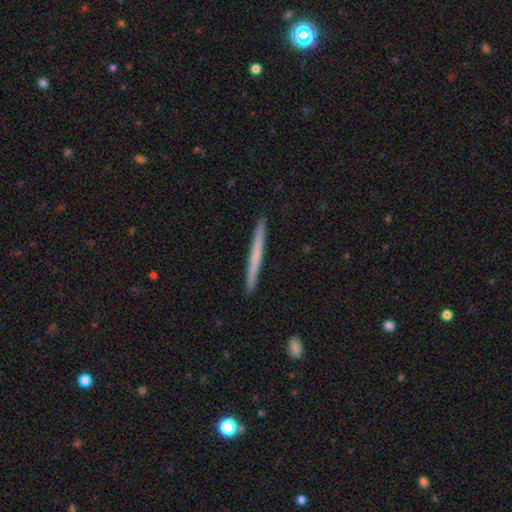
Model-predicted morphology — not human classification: Q: Smooth or featured?
A: smooth (55%); runner-up: featured or disk (40%)
Q: How rounded?
A: cigar-shaped (97%); runner-up: in between (1%)
Q: Merging?
A: none (93%); runner-up: minor disturbance (5%)